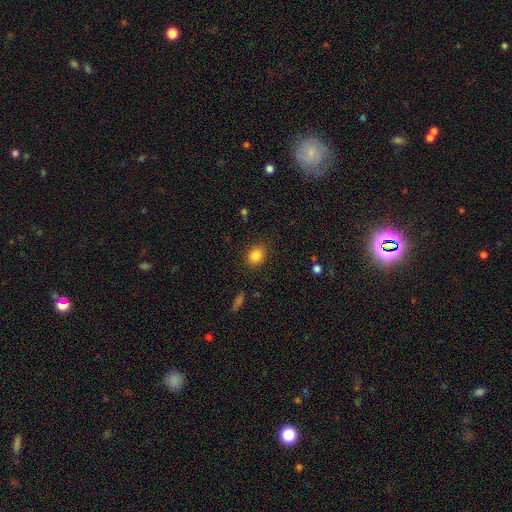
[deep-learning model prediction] A smooth galaxy with no disk features (84%) that is round (60%).

Vote fractions:
- Smooth or featured? smooth: 84% / star or artifact: 10% / featured or disk: 6%
- How rounded? round: 60% / in between: 39% / cigar-shaped: 1%
- Merging? none: 86% / minor disturbance: 9% / major disturbance: 3% / merger: 1%